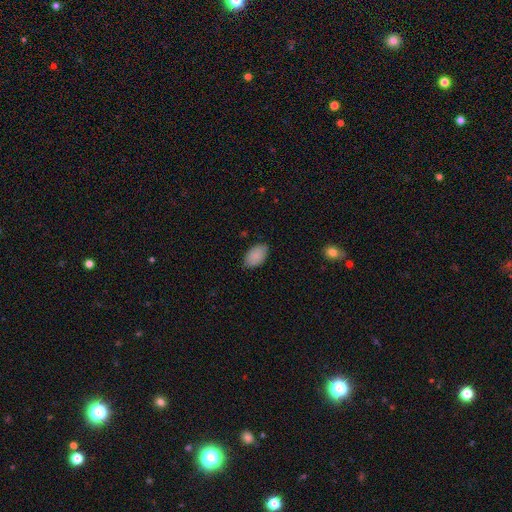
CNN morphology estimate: A smooth galaxy with no disk features (87%) that is in between round and cigar-shaped (92%). Merging: none (83%).